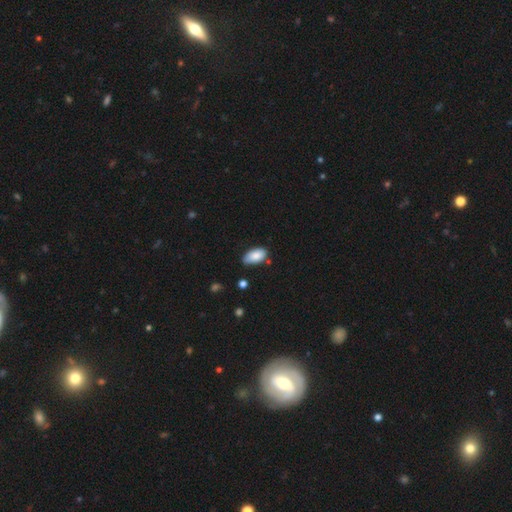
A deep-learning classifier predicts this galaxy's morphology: Smooth or featured? Predicted: smooth (p=0.85). How rounded? Predicted: in between (p=0.95). Merging? Predicted: none (p=0.69).